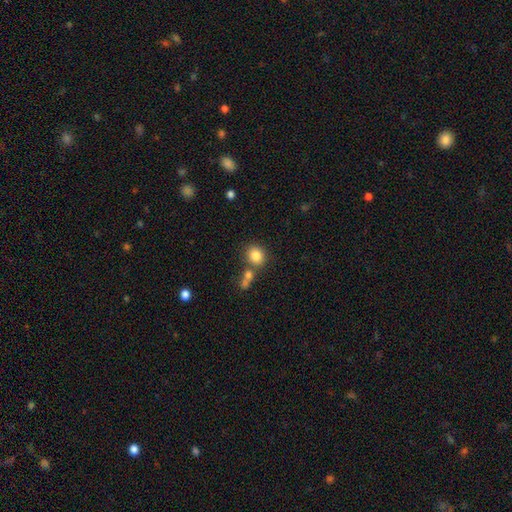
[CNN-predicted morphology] Smooth or featured? smooth (83%)
How rounded? round (72%)
Merging? none (65%)